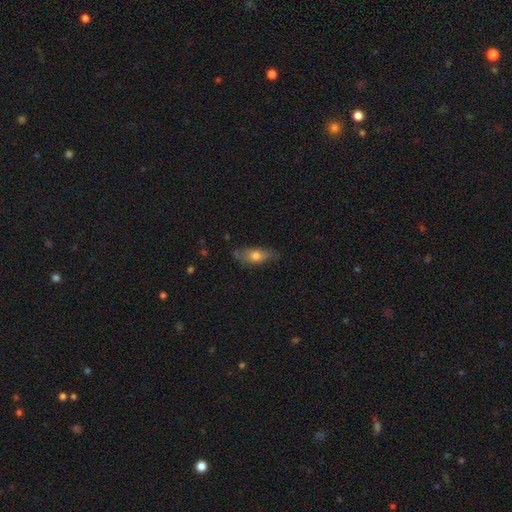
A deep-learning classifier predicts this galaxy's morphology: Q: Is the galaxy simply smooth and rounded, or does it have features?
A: smooth — 67%.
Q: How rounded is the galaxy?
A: in between — 74%.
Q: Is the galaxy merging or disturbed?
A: none — 62%.